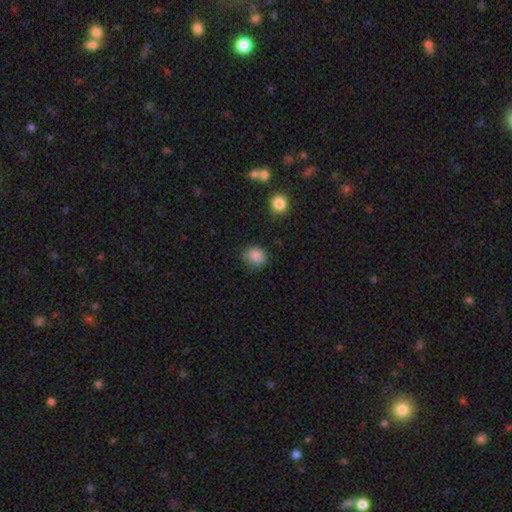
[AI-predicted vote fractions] This is clearly a smooth galaxy (85%). How rounded: likely round (66%). Merging: likely none (74%).